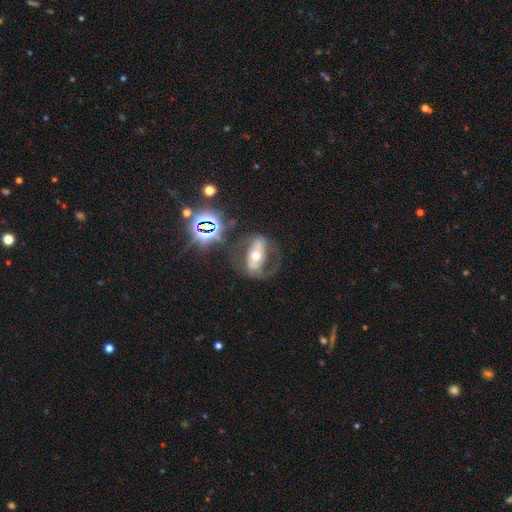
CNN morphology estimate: smooth-or-featured: featured or disk: 64% | smooth: 22% | star or artifact: 14%
  disk-edge-on: no: 90% | yes: 10%
    bar: strong: 41% | no: 38% | weak: 21%
    has-spiral-arms: yes: 60% | no: 40%
    bulge-size: moderate: 70% | small: 19% | large: 8% | dominant: 2% | none: 1%
  merging: none: 56% | major disturbance: 22% | minor disturbance: 18% | merger: 4%